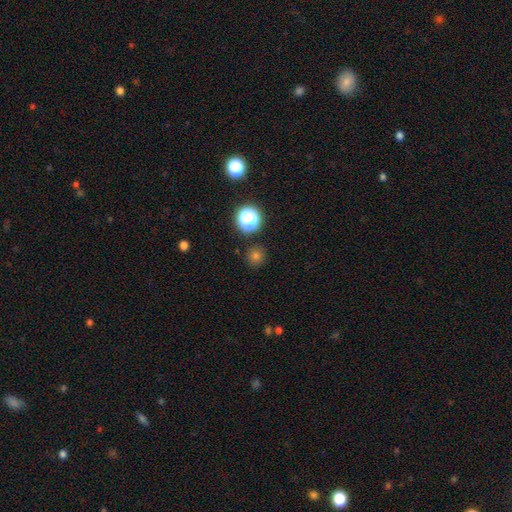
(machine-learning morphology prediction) Smooth or featured: smooth — 68% (star or artifact — 26%)
How rounded: round — 94% (in between — 5%)
Merging: none — 89% (minor disturbance — 7%)